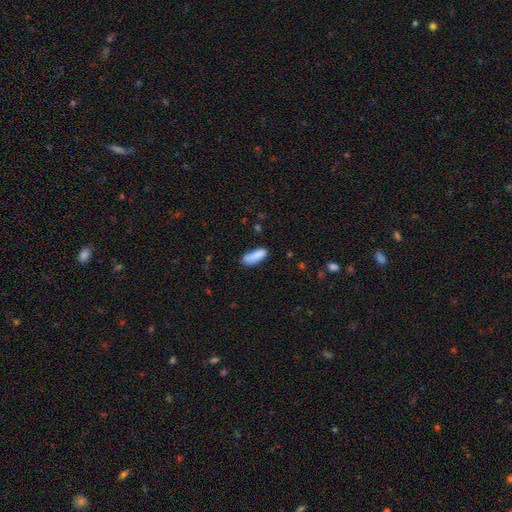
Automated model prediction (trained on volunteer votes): Smooth or featured? smooth (86%)
How rounded? in between (62%)
Merging? none (64%)